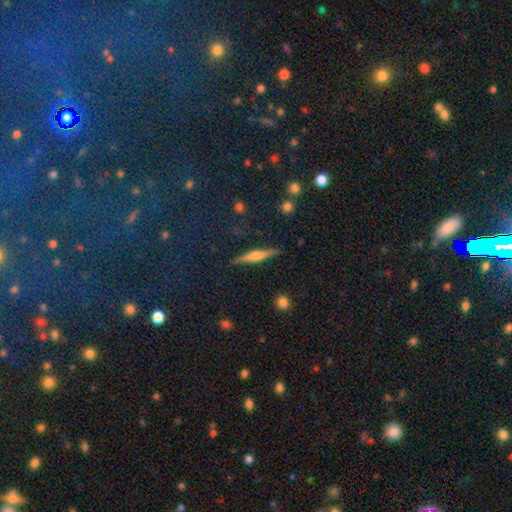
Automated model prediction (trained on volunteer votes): The model was most divided on "smooth or featured": featured or disk: 58%, smooth: 34%, star or artifact: 8%. More confident: edge-on disk — yes (96%); merging — none (88%); edge-on bulge — rounded (65%).